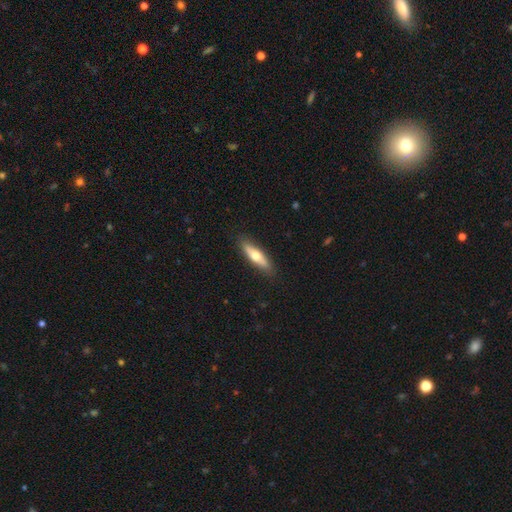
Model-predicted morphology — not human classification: This is possibly a smooth galaxy (56%). How rounded: likely cigar-shaped (62%). Merging: clearly none (87%).